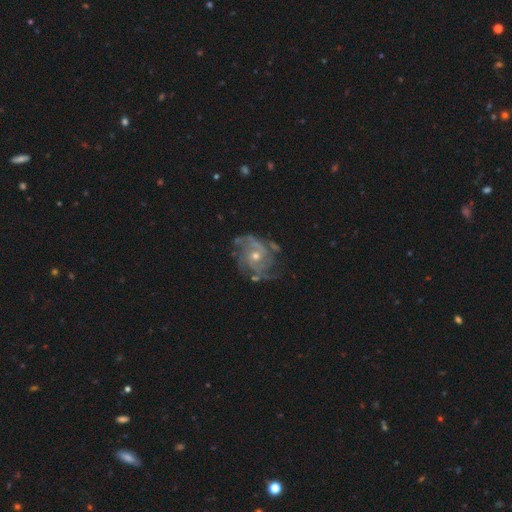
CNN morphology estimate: smooth_or_featured: featured or disk (p=0.88) [alt: star or artifact p=0.07]
disk_edge_on: no (p=0.98) [alt: yes p=0.02]
bar: no (p=0.69) [alt: weak p=0.25]
has_spiral_arms: yes (p=0.96) [alt: no p=0.04]
spiral_winding: tight (p=0.49) [alt: medium p=0.41]
spiral_arm_count: 2 (p=0.28) [alt: 3 p=0.27]
bulge_size: moderate (p=0.53) [alt: small p=0.43]
merging: none (p=0.67) [alt: minor disturbance p=0.20]